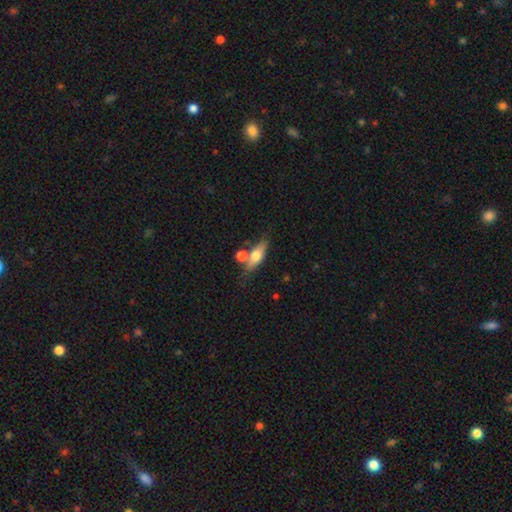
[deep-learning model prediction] Smooth or featured?
  - smooth: 57% *
  - featured or disk: 36%
  - star or artifact: 8%
How rounded?
  - in between: 58% *
  - cigar-shaped: 35%
  - round: 7%
Merging?
  - none: 61% *
  - merger: 19%
  - minor disturbance: 15%
  - major disturbance: 5%